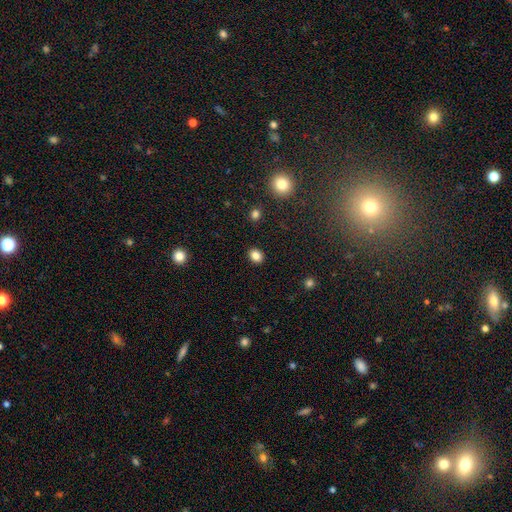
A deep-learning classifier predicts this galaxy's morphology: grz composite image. It shows a smooth galaxy with no disk features (85%) that is round (53%). Merging: none (90%).